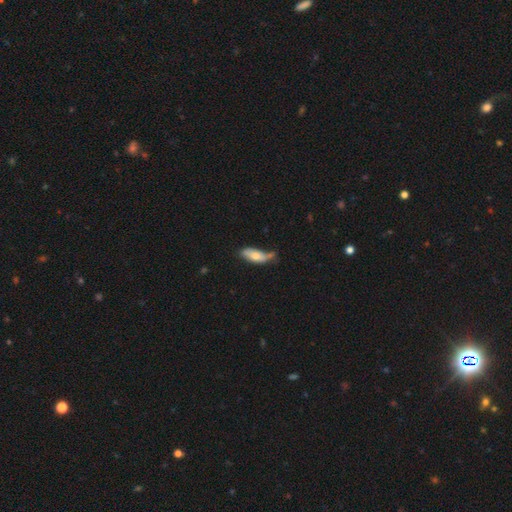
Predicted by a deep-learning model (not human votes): A smooth galaxy with no disk features (70%) that is in between round and cigar-shaped (73%). Merging: none (42%).